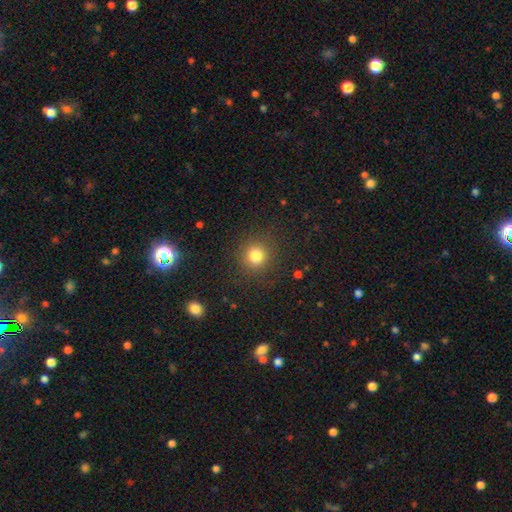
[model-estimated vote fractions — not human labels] Smooth or featured? smooth (81%)
How rounded? round (90%)
Merging? none (88%)